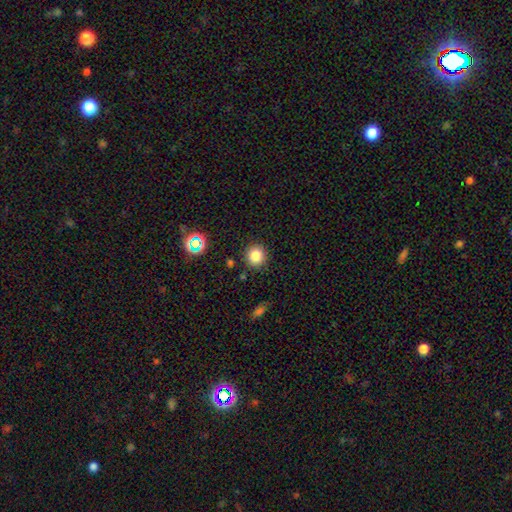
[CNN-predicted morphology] This is clearly a smooth galaxy (81%). How rounded: clearly round (92%). Merging: clearly none (88%).